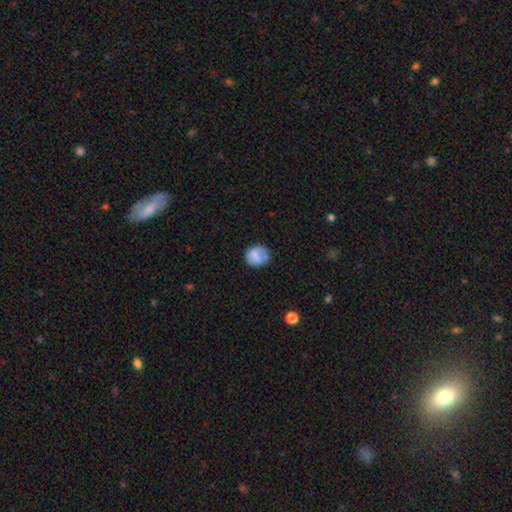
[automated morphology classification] smooth-or-featured: smooth: 73% | featured or disk: 19% | star or artifact: 8%
  how-rounded: round: 77% | in between: 22% | cigar-shaped: 1%
  merging: none: 61% | minor disturbance: 25% | major disturbance: 10% | merger: 4%